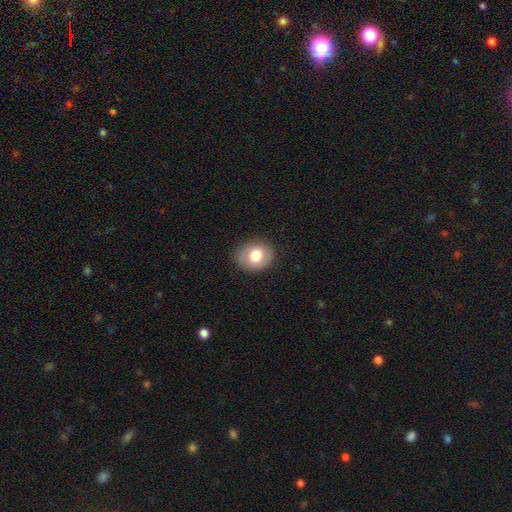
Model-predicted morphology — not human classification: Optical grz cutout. It shows a smooth galaxy with no disk features (73%) that is round (50%). Merging: none (85%).